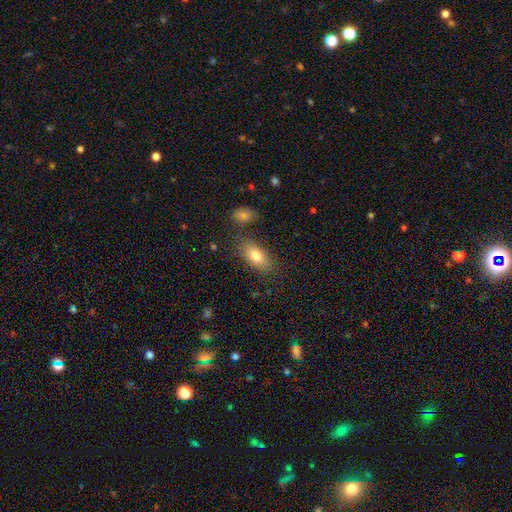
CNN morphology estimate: Smooth or featured? Predicted: smooth (p=0.80). How rounded? Predicted: in between (p=0.89). Merging? Predicted: none (p=0.76).